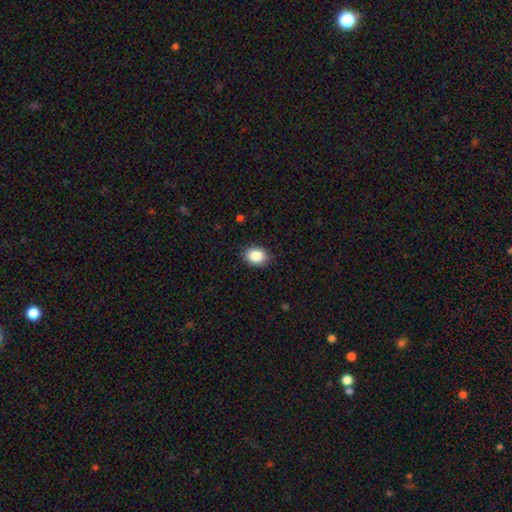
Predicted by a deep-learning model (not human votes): Smooth or featured: smooth — 87% (star or artifact — 8%)
How rounded: in between — 69% (round — 30%)
Merging: none — 87% (minor disturbance — 10%)